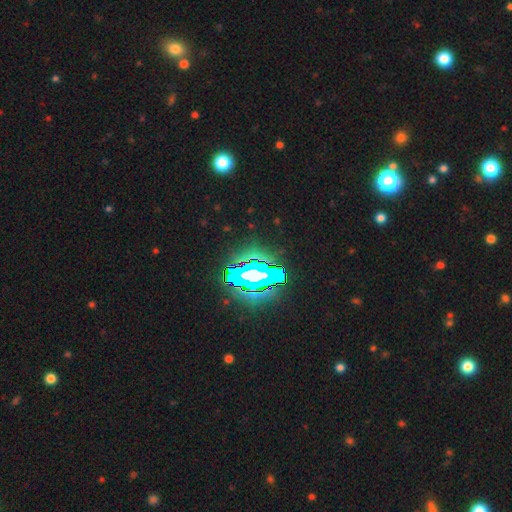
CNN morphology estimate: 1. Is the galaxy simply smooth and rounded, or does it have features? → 85% star or artifact, 9% smooth, 7% featured or disk.